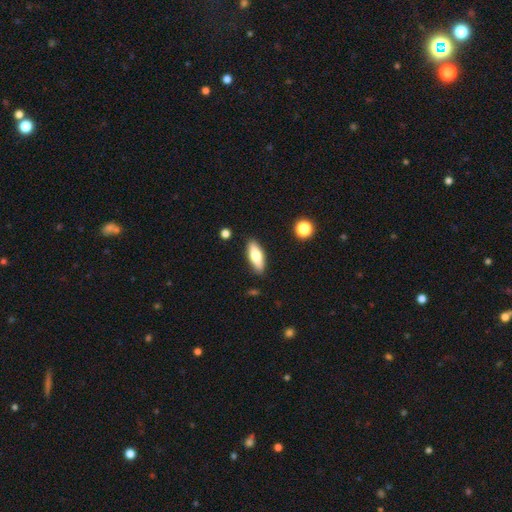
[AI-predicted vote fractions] The model was most divided on "how rounded": in between: 65%, cigar-shaped: 33%, round: 3%. More confident: merging — none (87%); smooth or featured — smooth (66%).